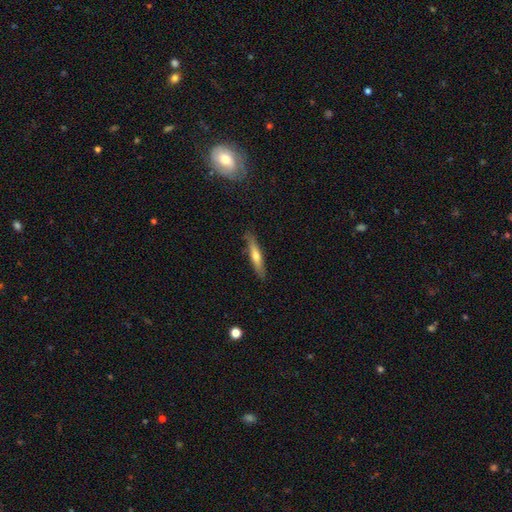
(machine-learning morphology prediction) This is possibly a smooth galaxy (51%). How rounded: clearly cigar-shaped (89%). Merging: clearly none (86%).